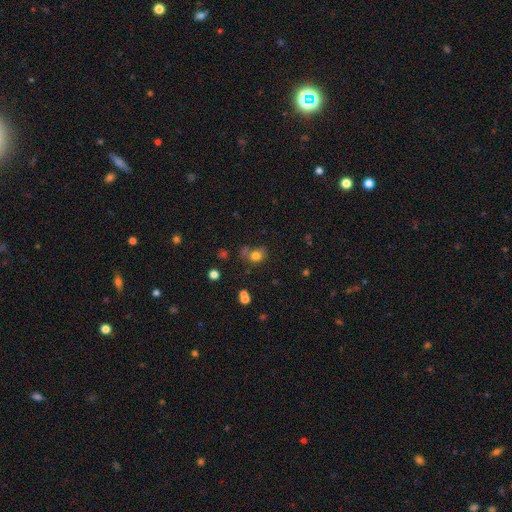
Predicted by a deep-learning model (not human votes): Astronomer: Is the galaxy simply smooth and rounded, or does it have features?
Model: smooth — 77%.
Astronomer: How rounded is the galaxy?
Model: round — 57% (runner-up: in between, 42%).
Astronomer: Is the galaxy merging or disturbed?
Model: none — 56%.